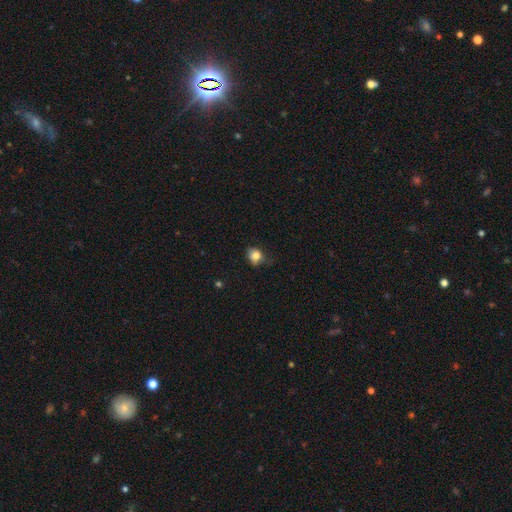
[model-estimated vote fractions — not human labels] Smooth or featured: smooth — 79% (star or artifact — 10%)
How rounded: round — 58% (in between — 41%)
Merging: none — 58% (minor disturbance — 31%)